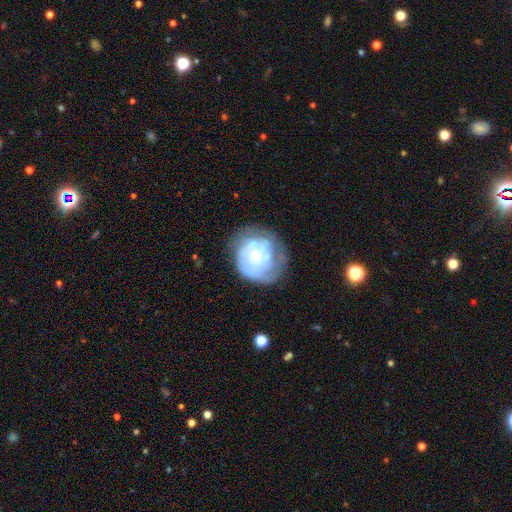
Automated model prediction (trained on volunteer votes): Smooth or featured: featured or disk — 66% (smooth — 27%)
Edge-on disk: no — 98% (yes — 2%)
Bar: no — 77% (weak — 19%)
Spiral arms: yes — 65% (no — 35%)
Bulge size: small — 50% (moderate — 38%)
Merging: none — 57% (minor disturbance — 24%)